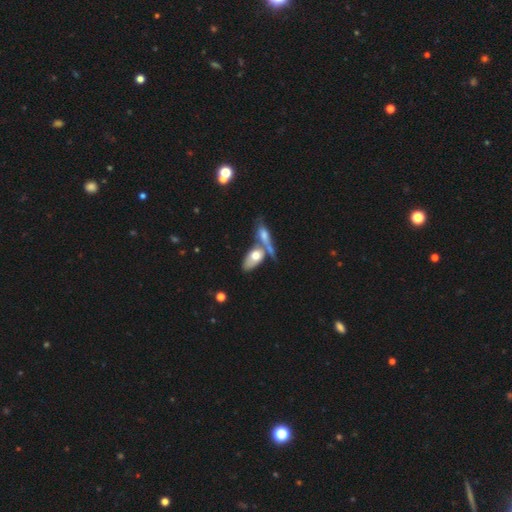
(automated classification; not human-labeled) This appears to be a smooth galaxy with no disk features (62%) that is in between round and cigar-shaped (87%). Merging: merger (50%).